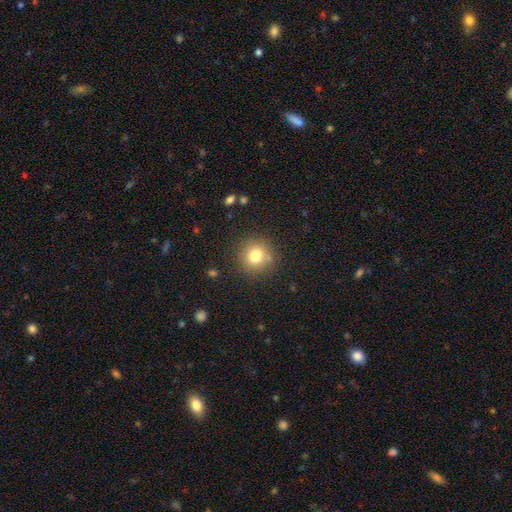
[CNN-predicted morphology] smooth_or_featured: smooth (p=0.78) [alt: star or artifact p=0.12]
how_rounded: round (p=0.92) [alt: in between p=0.07]
merging: none (p=0.84) [alt: minor disturbance p=0.09]